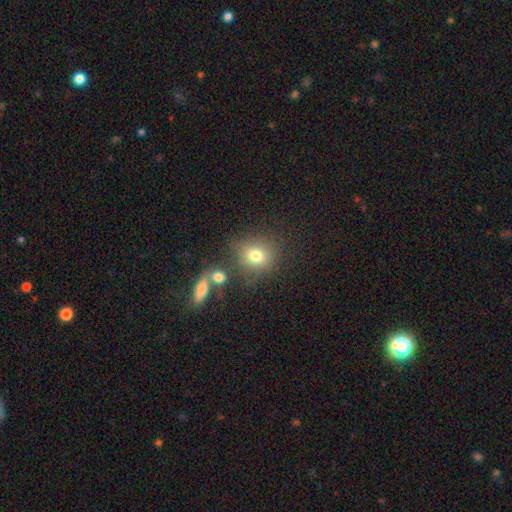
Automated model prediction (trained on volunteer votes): The model was most divided on "merging": none: 69%, minor disturbance: 13%, merger: 11%, major disturbance: 7%. More confident: how rounded — round (78%); smooth or featured — smooth (77%).